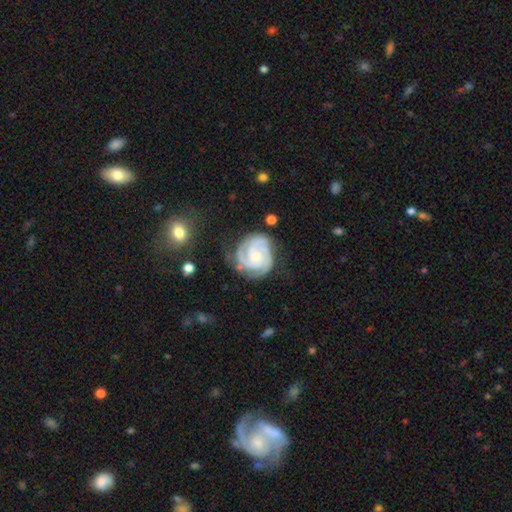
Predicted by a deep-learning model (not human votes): Smooth or featured: featured or disk — 87% (smooth — 8%)
Edge-on disk: no — 98% (yes — 2%)
Bar: no — 70% (weak — 25%)
Spiral arms: yes — 97% (no — 3%)
Spiral winding: tight — 65% (medium — 30%)
Spiral arm count: 3 — 50% (2 — 24%)
Bulge size: small — 62% (moderate — 32%)
Merging: none — 69% (minor disturbance — 21%)